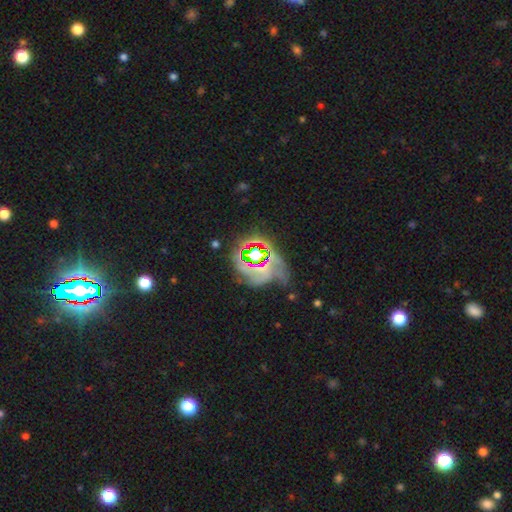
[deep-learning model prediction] smooth-or-featured: star or artifact: 51% | featured or disk: 29% | smooth: 20%